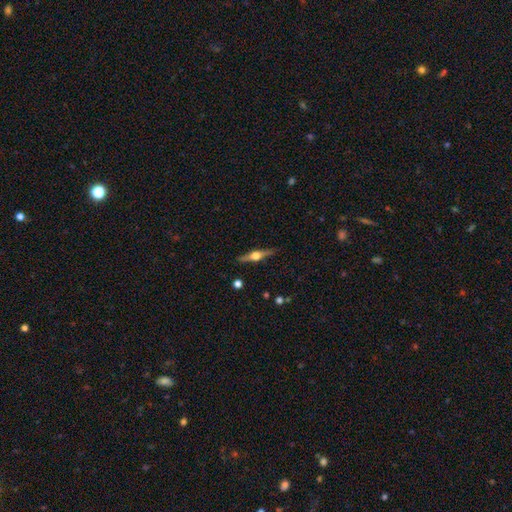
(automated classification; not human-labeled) This is likely a featured or disk galaxy (78%). It is clearly viewed edge-on (98%). Edge-on bulge: clearly rounded (96%). Merging: clearly none (90%).